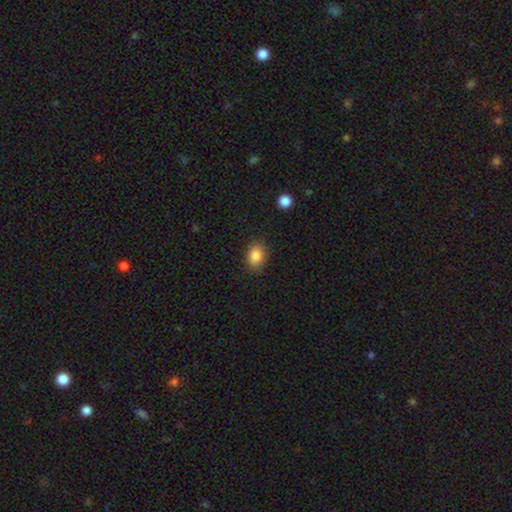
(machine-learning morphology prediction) Smooth or featured? Predicted: smooth (p=0.85). How rounded? Predicted: in between (p=0.65). Merging? Predicted: none (p=0.85).